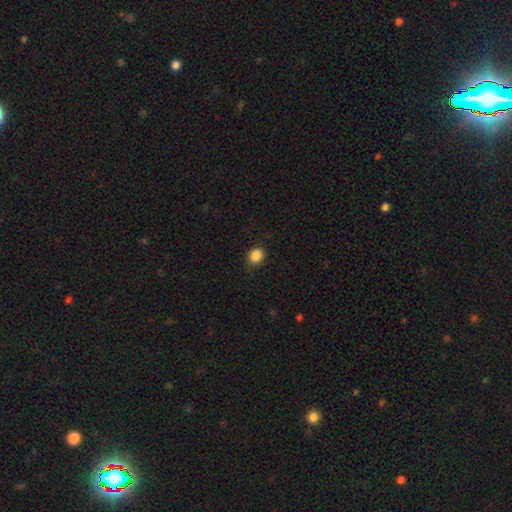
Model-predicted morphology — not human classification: smooth_or_featured: smooth (p=0.87) [alt: star or artifact p=0.10]
how_rounded: round (p=0.60) [alt: in between p=0.39]
merging: none (p=0.81) [alt: minor disturbance p=0.14]